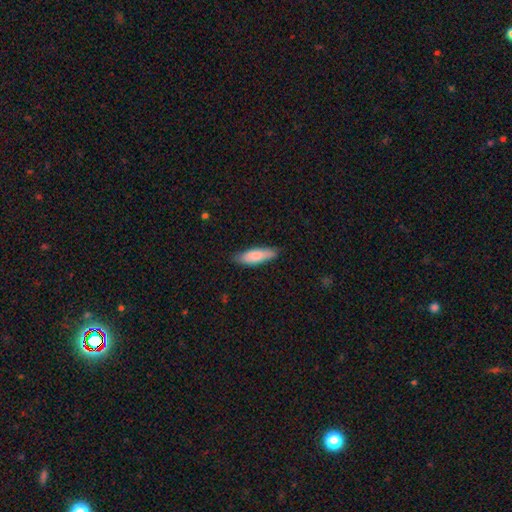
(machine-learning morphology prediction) smooth-or-featured: smooth: 80% | featured or disk: 15% | star or artifact: 6%
  how-rounded: cigar-shaped: 50% | in between: 48% | round: 2%
  merging: none: 82% | minor disturbance: 15% | major disturbance: 2% | merger: 1%